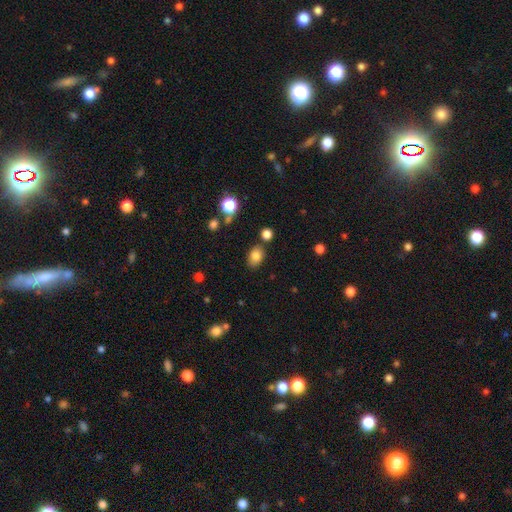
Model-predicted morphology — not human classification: This appears to be a smooth galaxy with no disk features (82%) that is in between round and cigar-shaped (78%). Merging: none (78%).